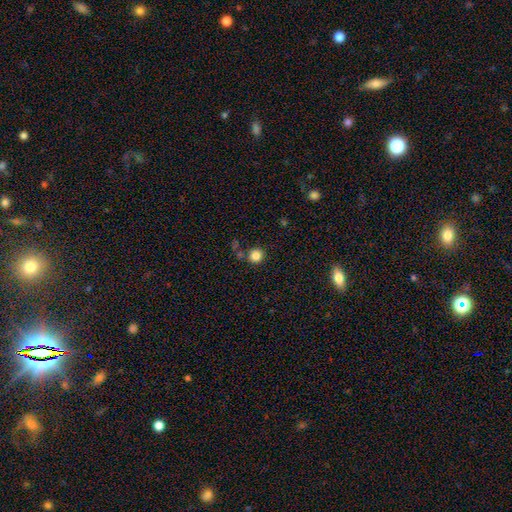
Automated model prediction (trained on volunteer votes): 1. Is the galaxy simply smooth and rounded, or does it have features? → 83% smooth, 12% star or artifact, 5% featured or disk.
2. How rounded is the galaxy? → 93% round, 6% in between, 1% cigar-shaped.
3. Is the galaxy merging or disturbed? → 80% none, 9% minor disturbance, 8% merger, 3% major disturbance.